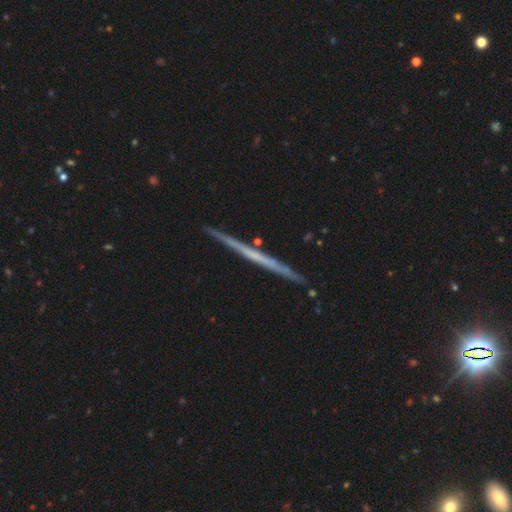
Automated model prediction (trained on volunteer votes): smooth_or_featured: featured or disk (p=0.62) [alt: smooth p=0.32]
disk_edge_on: yes (p=0.98) [alt: no p=0.02]
edge_on_bulge: none (p=0.92) [alt: rounded p=0.05]
merging: none (p=0.90) [alt: minor disturbance p=0.07]